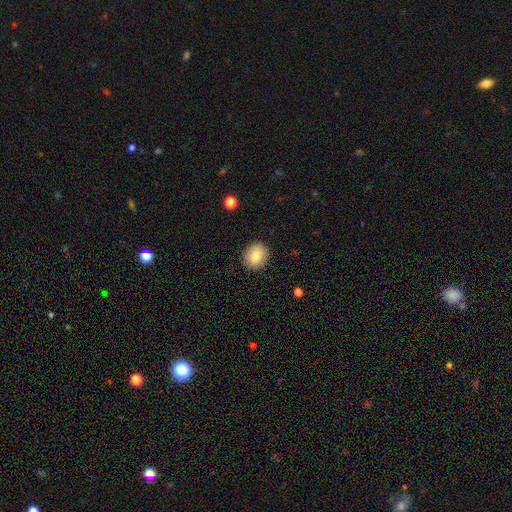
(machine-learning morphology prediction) Q: Smooth or featured?
A: smooth (83%); runner-up: featured or disk (9%)
Q: How rounded?
A: round (76%); runner-up: in between (23%)
Q: Merging?
A: none (89%); runner-up: minor disturbance (8%)